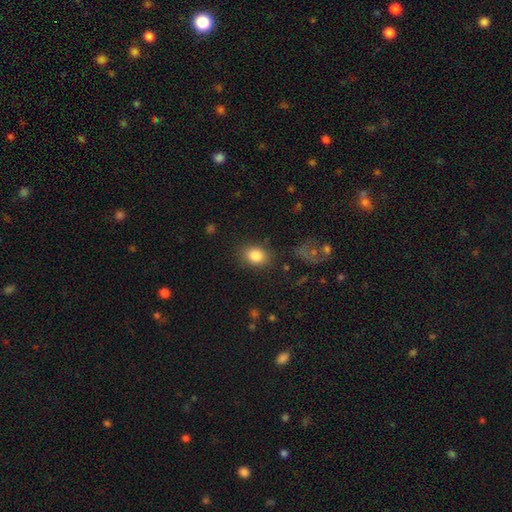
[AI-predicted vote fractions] Smooth or featured: smooth — 84% (star or artifact — 9%)
How rounded: in between — 59% (round — 40%)
Merging: none — 82% (minor disturbance — 12%)